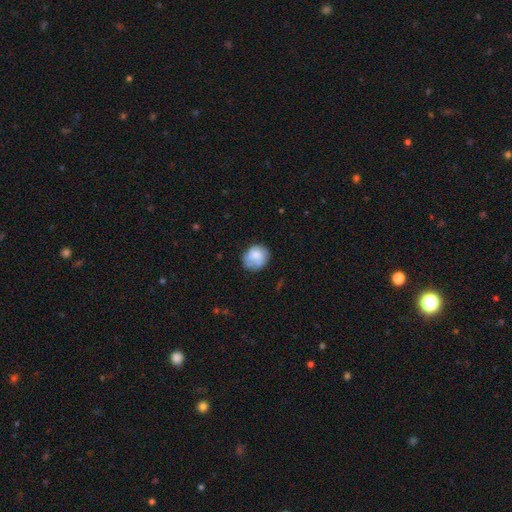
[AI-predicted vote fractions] A smooth galaxy with no disk features (67%) that is round (70%).

Vote fractions:
- Smooth or featured? smooth: 67% / featured or disk: 25% / star or artifact: 8%
- How rounded? round: 70% / in between: 29% / cigar-shaped: 1%
- Merging? none: 59% / minor disturbance: 27% / major disturbance: 10% / merger: 5%